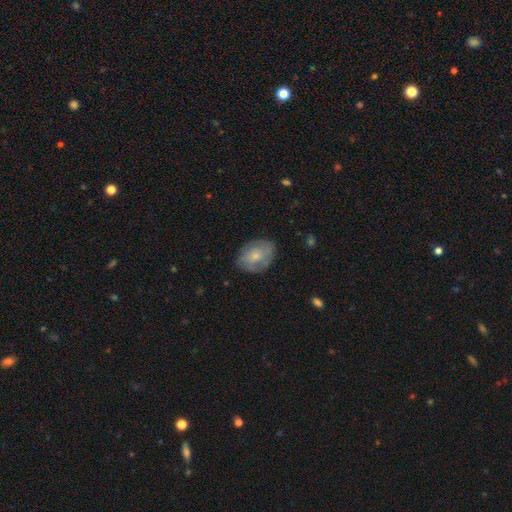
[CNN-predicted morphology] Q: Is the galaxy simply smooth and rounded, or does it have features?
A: smooth — 52%.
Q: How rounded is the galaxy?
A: in between — 71%.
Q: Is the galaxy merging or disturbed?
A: none — 72%.